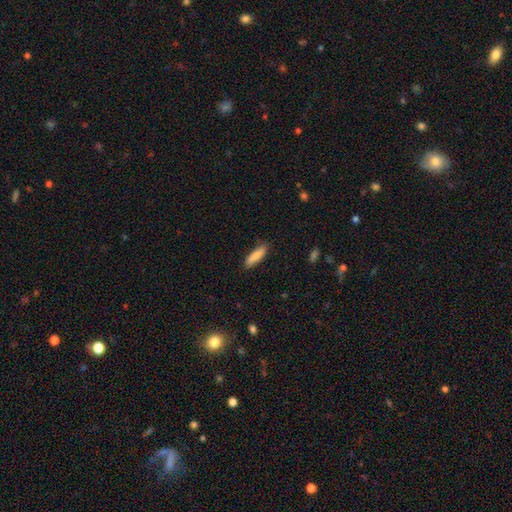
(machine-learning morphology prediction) Smooth or featured?
  - smooth: 84% *
  - featured or disk: 10%
  - star or artifact: 6%
How rounded?
  - cigar-shaped: 65% *
  - in between: 33%
  - round: 2%
Merging?
  - none: 84% *
  - minor disturbance: 12%
  - major disturbance: 2%
  - merger: 1%